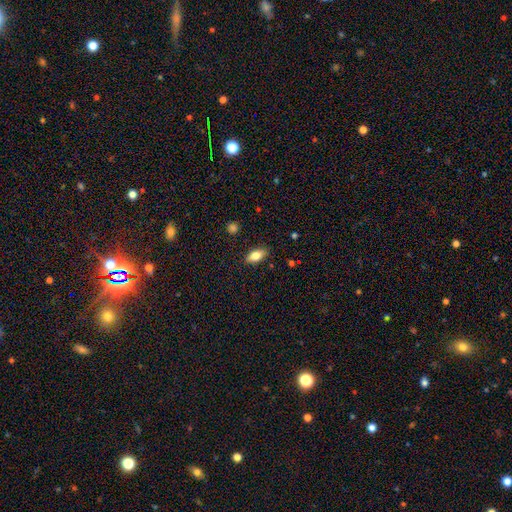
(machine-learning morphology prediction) A smooth galaxy with no disk features (79%) that is in between round and cigar-shaped (87%). Merging: none (86%).